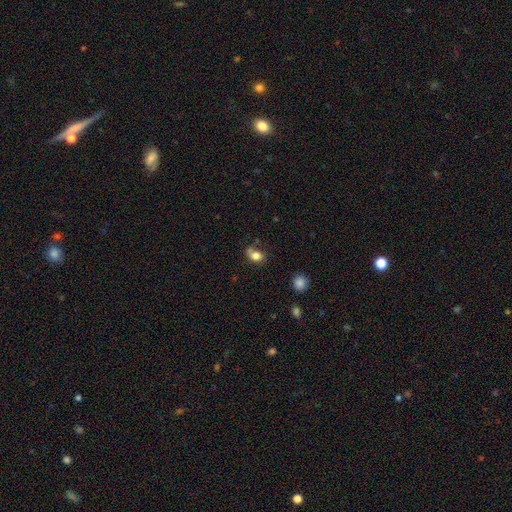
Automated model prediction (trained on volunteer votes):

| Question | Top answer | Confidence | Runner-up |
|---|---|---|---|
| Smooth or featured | smooth | 80% | star or artifact (11%) |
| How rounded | in between | 66% | round (32%) |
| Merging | none | 52% | minor disturbance (28%) |